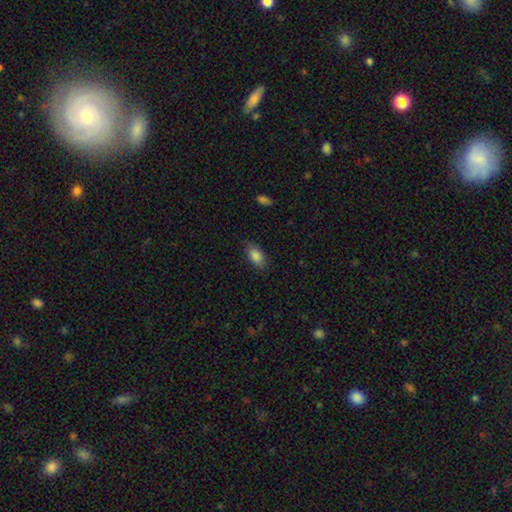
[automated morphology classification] Overall: smooth (87%). How rounded: in between (91%). Merging: none (82%).